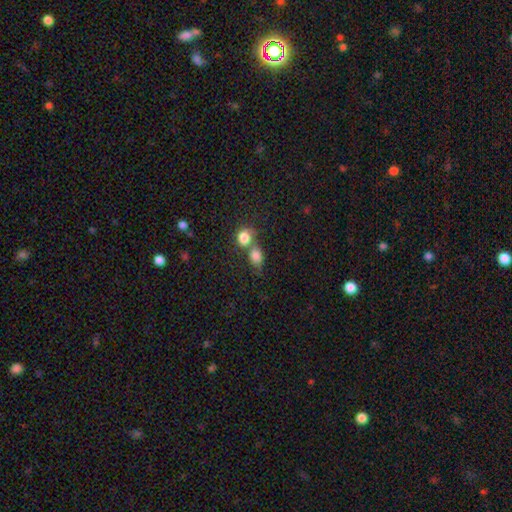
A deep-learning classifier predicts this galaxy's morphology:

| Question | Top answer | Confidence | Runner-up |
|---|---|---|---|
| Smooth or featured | smooth | 81% | star or artifact (11%) |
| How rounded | in between | 55% | round (43%) |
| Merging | merger | 51% | none (35%) |